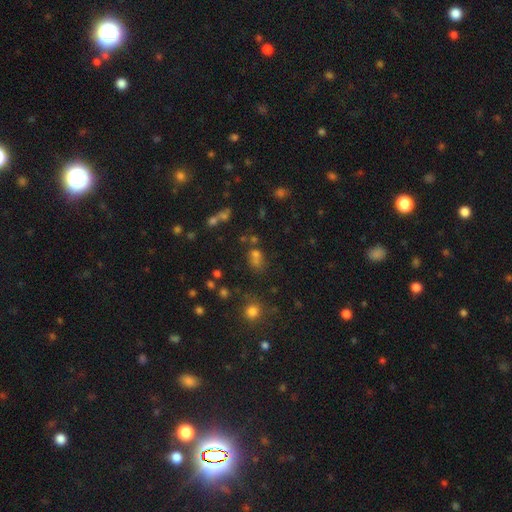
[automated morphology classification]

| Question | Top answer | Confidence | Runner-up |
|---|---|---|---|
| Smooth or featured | smooth | 53% | star or artifact (36%) |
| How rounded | round | 52% | in between (45%) |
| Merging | none | 52% | merger (27%) |